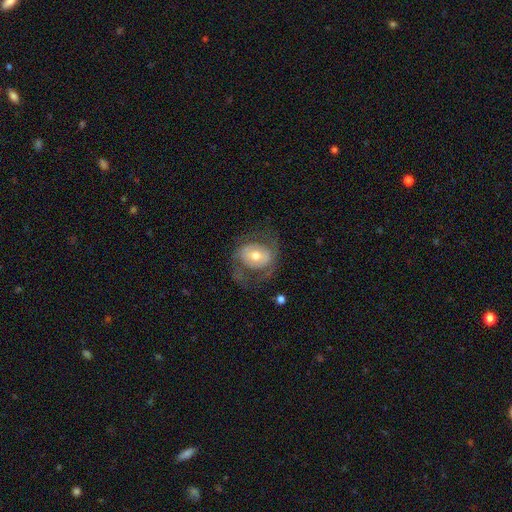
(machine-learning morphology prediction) Smooth or featured? featured or disk (55%)
Edge-on disk? no (95%)
Bar? no (54%)
Spiral arms? yes (52%)
Bulge size? moderate (68%)
Merging? none (54%)